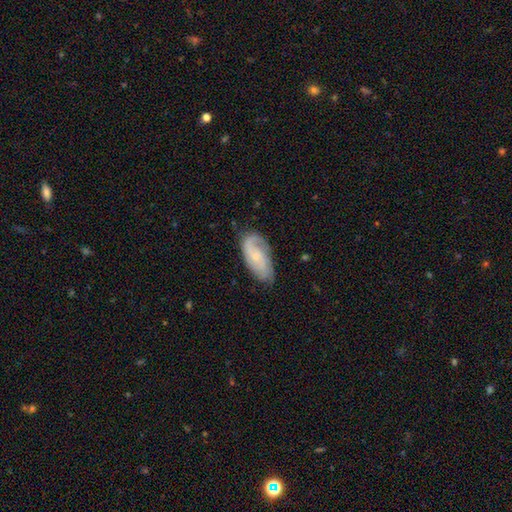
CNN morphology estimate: This is likely a featured or disk galaxy (68%). It is clearly not viewed edge-on (94%). Bar: likely no (65%). Spiral arm pattern: clearly yes (92%). Spiral arm count: possibly 2 (49%). Spiral winding: marginally medium (40%). Central bulge: likely small (62%). Merging: likely none (68%).